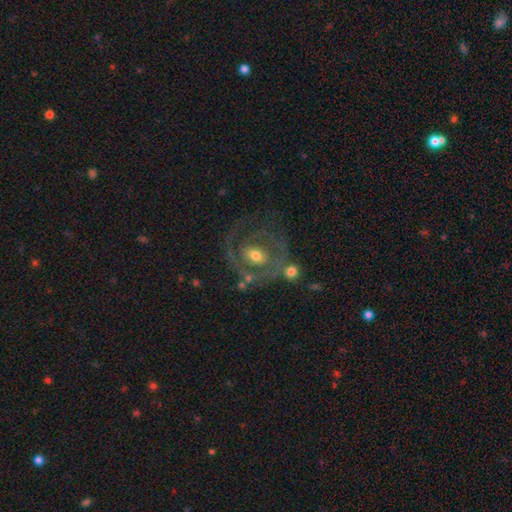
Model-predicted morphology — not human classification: Smooth or featured: featured or disk — 75% (smooth — 18%)
Edge-on disk: no — 97% (yes — 3%)
Bar: no — 54% (weak — 33%)
Spiral arms: yes — 69% (no — 31%)
Spiral winding: tight — 50% (medium — 35%)
Spiral arm count: 2 — 44% (can't tell — 23%)
Bulge size: moderate — 67% (small — 25%)
Merging: none — 53% (minor disturbance — 20%)